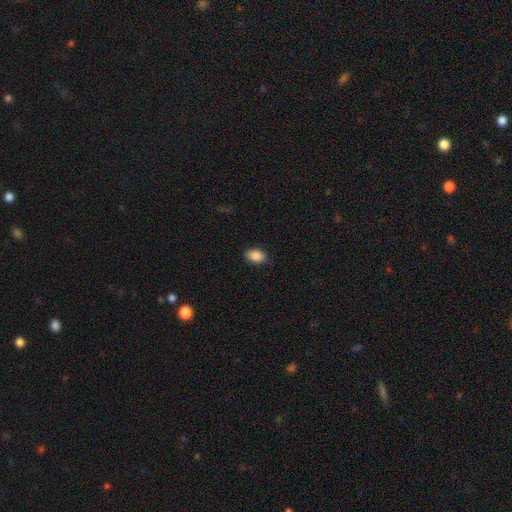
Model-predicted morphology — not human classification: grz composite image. It shows a smooth galaxy with no disk features (86%) that is in between round and cigar-shaped (85%). Merging: none (84%).